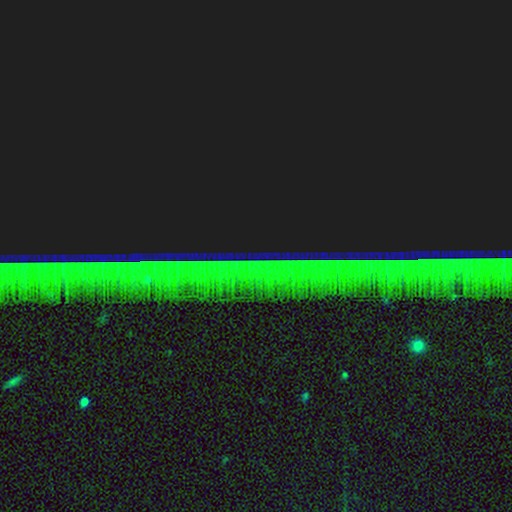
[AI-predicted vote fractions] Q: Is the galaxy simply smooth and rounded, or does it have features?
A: star or artifact — 84%.